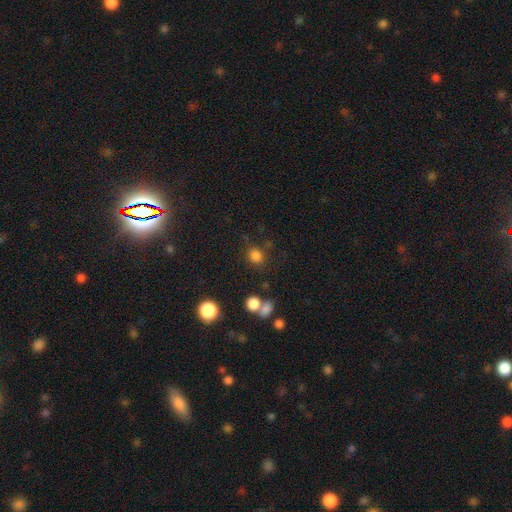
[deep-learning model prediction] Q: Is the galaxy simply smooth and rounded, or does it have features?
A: smooth — 80%.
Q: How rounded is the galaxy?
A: round — 72%.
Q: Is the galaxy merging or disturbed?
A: none — 72%.